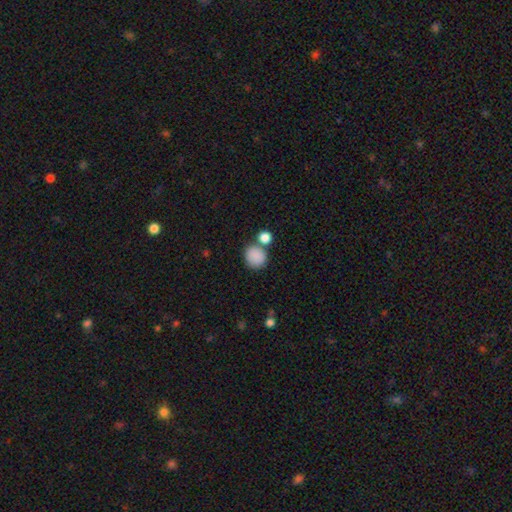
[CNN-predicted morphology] A smooth galaxy with no disk features (86%) that is round (83%).

Vote fractions:
- Smooth or featured? smooth: 86% / star or artifact: 9% / featured or disk: 5%
- How rounded? round: 83% / in between: 16% / cigar-shaped: 1%
- Merging? none: 63% / merger: 22% / minor disturbance: 11% / major disturbance: 4%